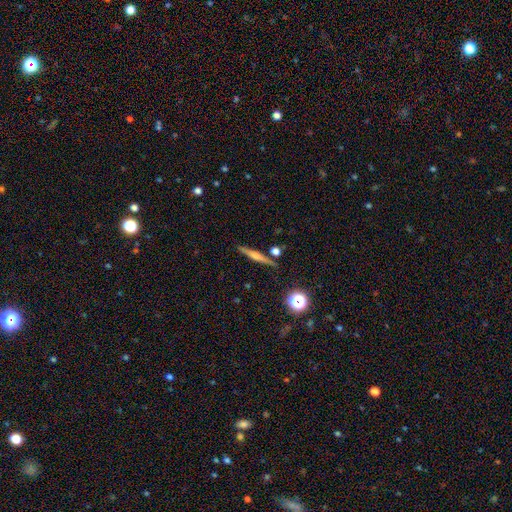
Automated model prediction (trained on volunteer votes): smooth_or_featured: featured or disk (p=0.62) [alt: smooth p=0.27]
disk_edge_on: yes (p=0.97) [alt: no p=0.03]
edge_on_bulge: rounded (p=0.71) [alt: none p=0.16]
merging: none (p=0.89) [alt: minor disturbance p=0.07]